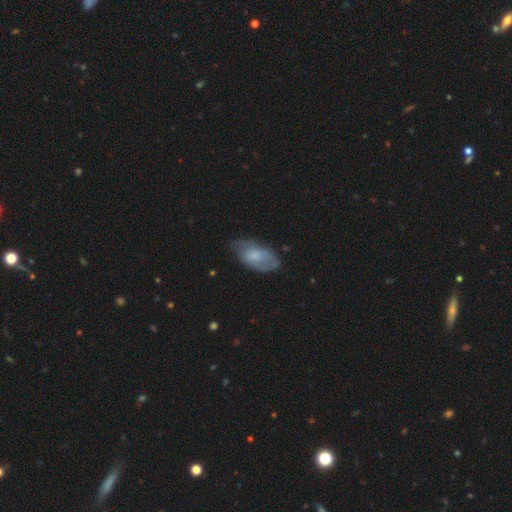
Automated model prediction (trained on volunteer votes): This is likely a smooth galaxy (61%). How rounded: clearly in between (93%). Merging: likely none (62%).